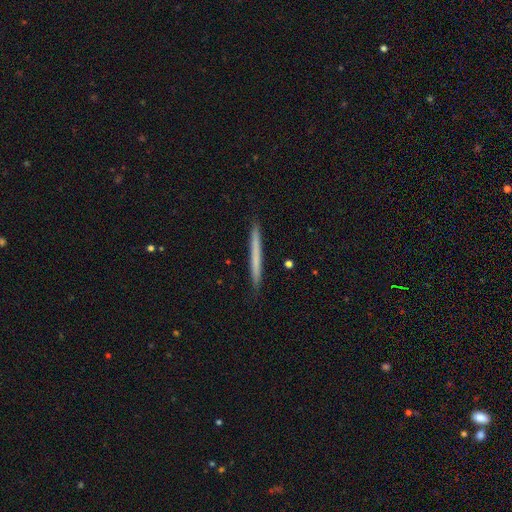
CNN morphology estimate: Smooth or featured? smooth (58%)
How rounded? cigar-shaped (97%)
Merging? none (91%)